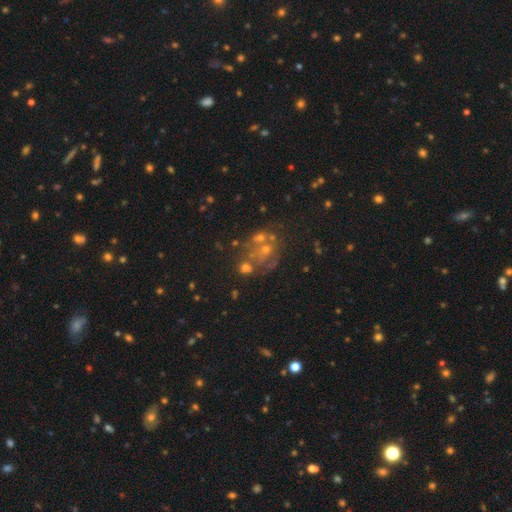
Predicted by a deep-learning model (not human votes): smooth-or-featured: star or artifact: 41% | smooth: 31% | featured or disk: 27%